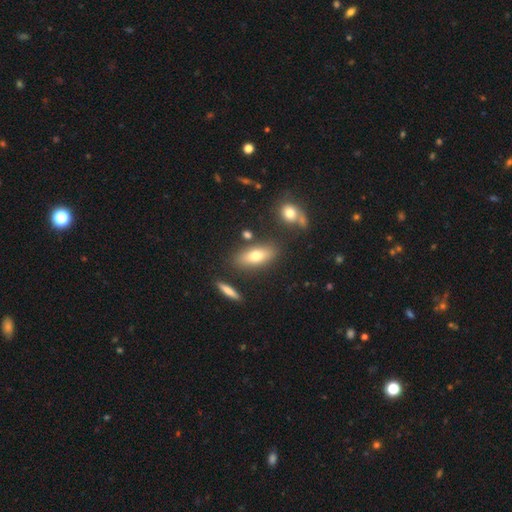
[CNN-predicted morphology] Smooth or featured?
  - smooth: 68% *
  - featured or disk: 23%
  - star or artifact: 9%
How rounded?
  - in between: 73% *
  - cigar-shaped: 22%
  - round: 5%
Merging?
  - none: 77% *
  - minor disturbance: 12%
  - merger: 7%
  - major disturbance: 4%